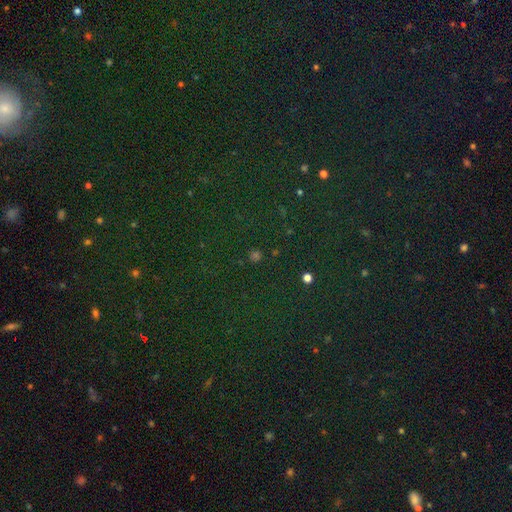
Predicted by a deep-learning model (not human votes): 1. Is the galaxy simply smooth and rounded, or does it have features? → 61% star or artifact, 31% smooth, 8% featured or disk.